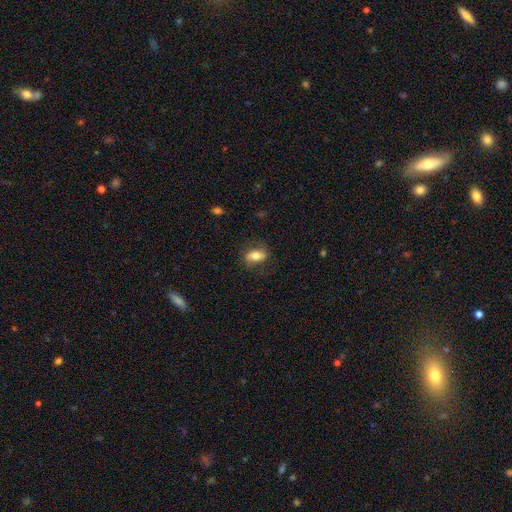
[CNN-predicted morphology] smooth-or-featured: smooth: 69% | featured or disk: 23% | star or artifact: 8%
  how-rounded: in between: 82% | round: 9% | cigar-shaped: 9%
  merging: none: 78% | minor disturbance: 15% | major disturbance: 5% | merger: 1%